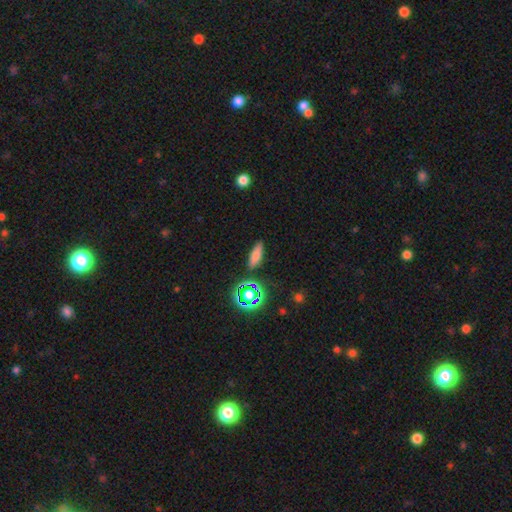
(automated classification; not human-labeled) Q: Smooth or featured?
A: smooth (70%); runner-up: star or artifact (17%)
Q: How rounded?
A: in between (48%); runner-up: cigar-shaped (47%)
Q: Merging?
A: none (84%); runner-up: minor disturbance (10%)